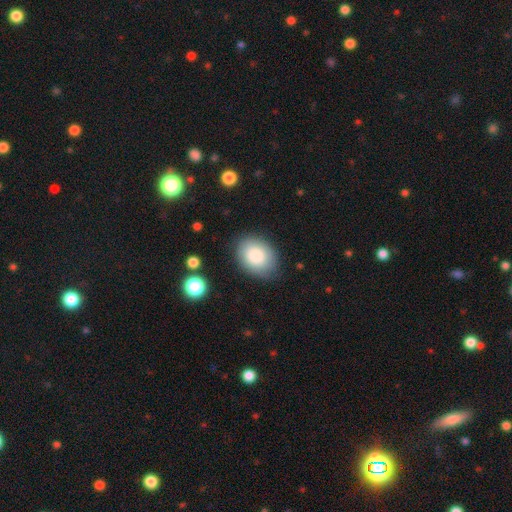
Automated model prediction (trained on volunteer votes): Smooth or featured? Predicted: smooth (p=0.84). How rounded? Predicted: in between (p=0.69). Merging? Predicted: none (p=0.80).